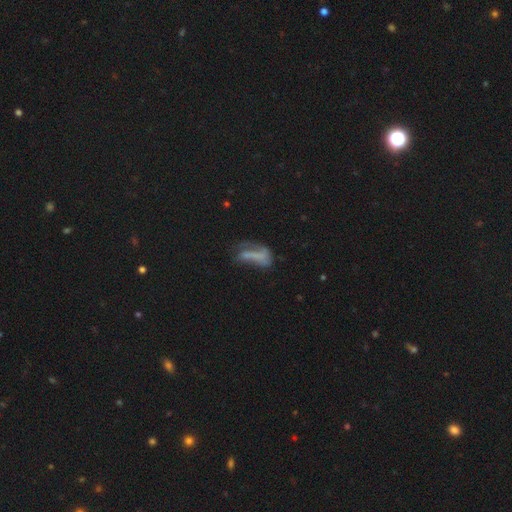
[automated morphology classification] A featured or disk galaxy (44%). Merging: major disturbance (40%).